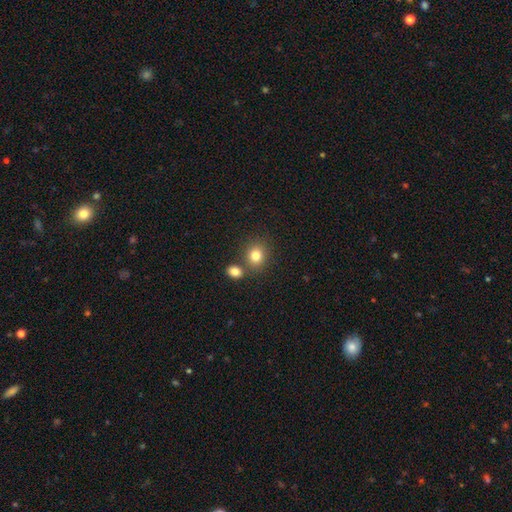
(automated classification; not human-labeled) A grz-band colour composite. It shows a smooth galaxy with no disk features (81%) that is round (74%). Merging: none (68%).